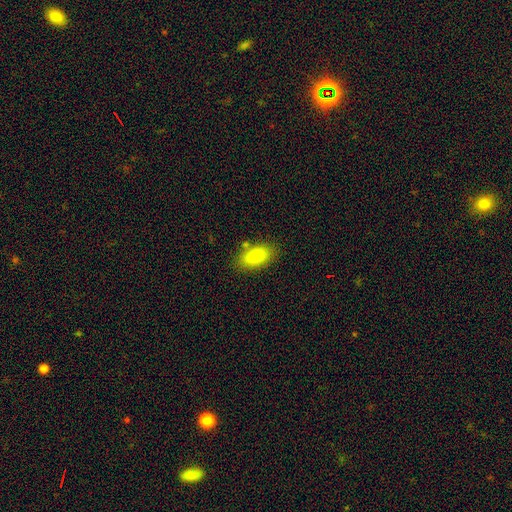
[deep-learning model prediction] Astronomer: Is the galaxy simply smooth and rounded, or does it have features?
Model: smooth — 84%.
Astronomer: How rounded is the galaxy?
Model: in between — 90%.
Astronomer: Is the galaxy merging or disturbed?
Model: none — 79%.